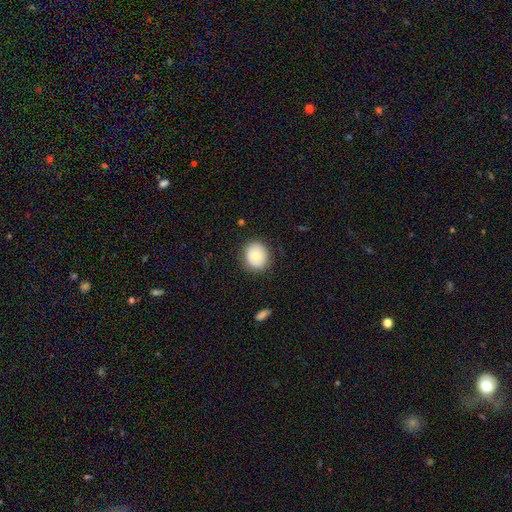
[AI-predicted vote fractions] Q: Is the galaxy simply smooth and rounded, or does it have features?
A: smooth — 68%.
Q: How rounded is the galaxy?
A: round — 74%.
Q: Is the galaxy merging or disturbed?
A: none — 84%.